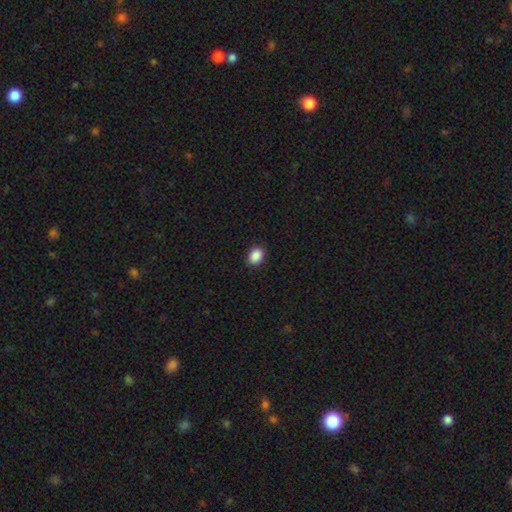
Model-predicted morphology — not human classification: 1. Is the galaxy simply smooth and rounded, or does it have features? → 89% smooth, 8% star or artifact, 2% featured or disk.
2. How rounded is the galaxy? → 68% in between, 31% round, 1% cigar-shaped.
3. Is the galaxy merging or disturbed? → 90% none, 7% minor disturbance, 2% major disturbance, 1% merger.